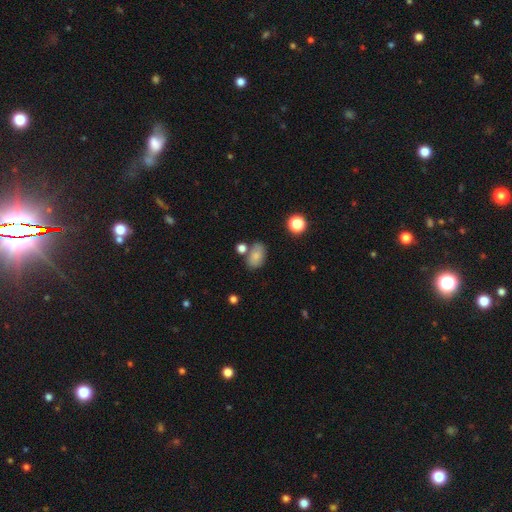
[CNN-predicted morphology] smooth-or-featured: smooth: 80% | star or artifact: 10% | featured or disk: 9%
  how-rounded: in between: 86% | round: 13% | cigar-shaped: 2%
  merging: none: 66% | minor disturbance: 16% | merger: 13% | major disturbance: 5%